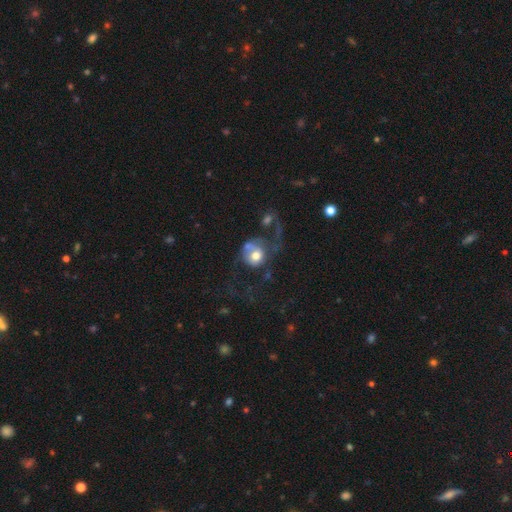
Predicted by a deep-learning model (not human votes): Q: Smooth or featured?
A: smooth (54%); runner-up: featured or disk (37%)
Q: How rounded?
A: round (74%); runner-up: in between (25%)
Q: Merging?
A: major disturbance (48%); runner-up: none (21%)